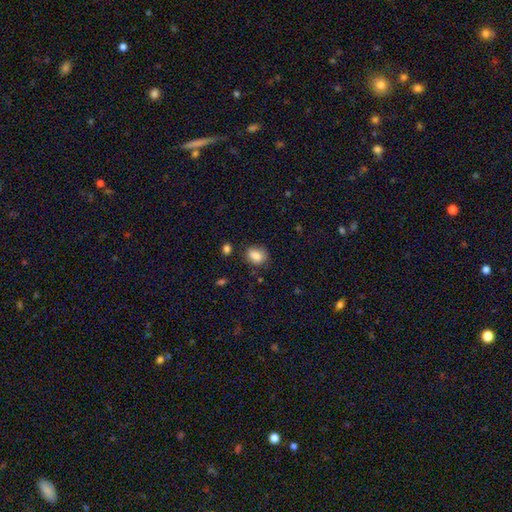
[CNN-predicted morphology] Smooth or featured: smooth — 84% (star or artifact — 9%)
How rounded: in between — 54% (round — 45%)
Merging: none — 72% (minor disturbance — 19%)